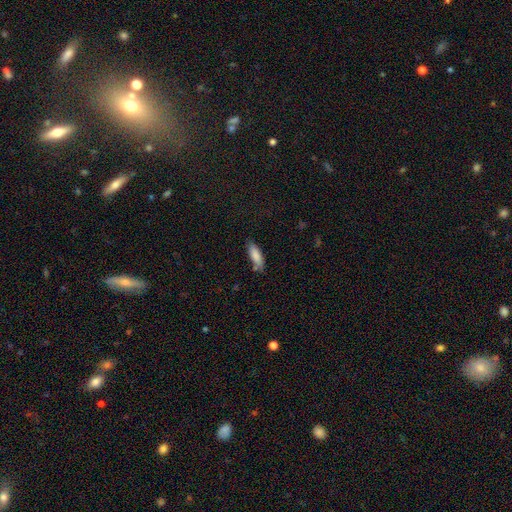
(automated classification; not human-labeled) Smooth or featured? Predicted: smooth (p=0.84). How rounded? Predicted: in between (p=0.58). Merging? Predicted: none (p=0.72).